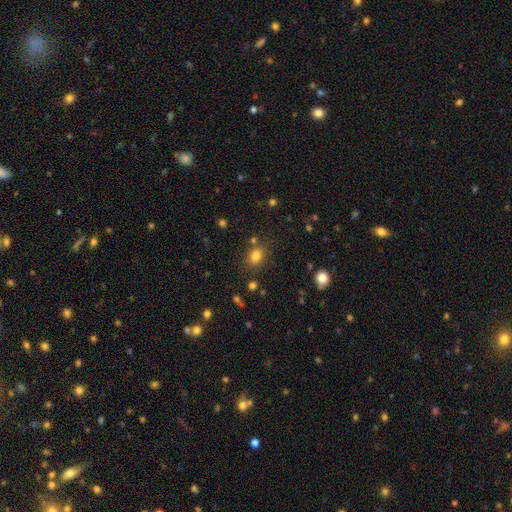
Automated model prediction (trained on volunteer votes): Smooth or featured: smooth — 81% (star or artifact — 14%)
How rounded: in between — 65% (round — 34%)
Merging: none — 75% (minor disturbance — 14%)